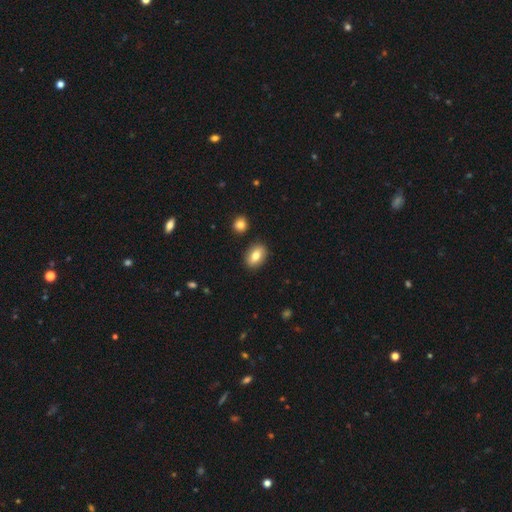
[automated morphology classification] Smooth or featured? smooth (78%)
How rounded? in between (85%)
Merging? none (87%)